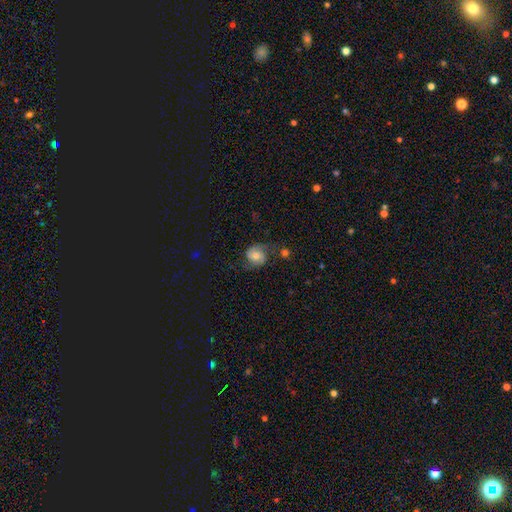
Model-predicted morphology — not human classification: Smooth or featured?
  - featured or disk: 54% *
  - smooth: 37%
  - star or artifact: 9%
Edge-on disk?
  - no: 97% *
  - yes: 3%
Bar?
  - no: 61% *
  - weak: 31%
  - strong: 7%
Spiral arms?
  - yes: 89% *
  - no: 11%
Bulge size?
  - moderate: 58% *
  - small: 28%
  - large: 9%
  - none: 4%
  - dominant: 2%
Merging?
  - none: 63% *
  - minor disturbance: 21%
  - major disturbance: 11%
  - merger: 5%